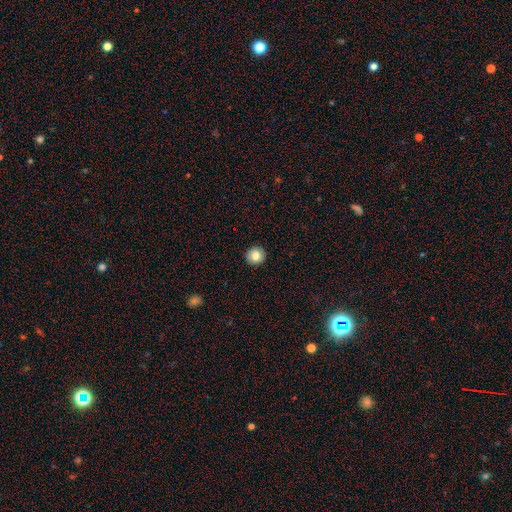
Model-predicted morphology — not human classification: smooth-or-featured: smooth: 82% | star or artifact: 9% | featured or disk: 9%
  how-rounded: round: 93% | in between: 6% | cigar-shaped: 1%
  merging: none: 92% | minor disturbance: 5% | major disturbance: 2% | merger: 1%